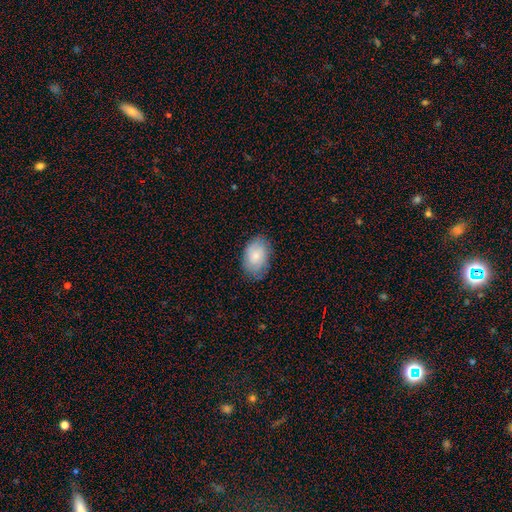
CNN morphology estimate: smooth_or_featured: smooth (p=0.71) [alt: featured or disk p=0.22]
how_rounded: in between (p=0.87) [alt: round p=0.12]
merging: none (p=0.77) [alt: minor disturbance p=0.18]